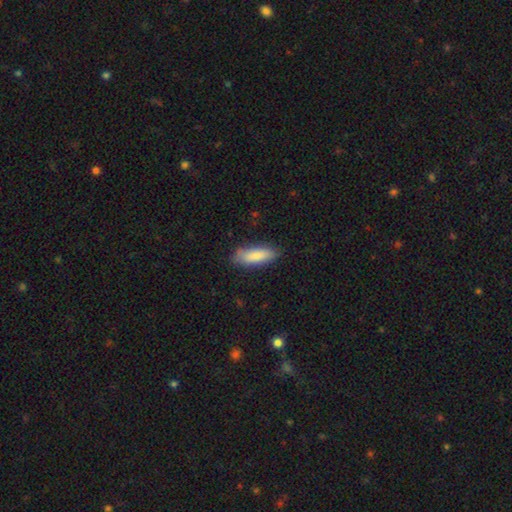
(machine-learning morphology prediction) smooth-or-featured: smooth: 85% | featured or disk: 9% | star or artifact: 6%
  how-rounded: in between: 60% | cigar-shaped: 39% | round: 2%
  merging: none: 80% | minor disturbance: 16% | major disturbance: 3% | merger: 1%